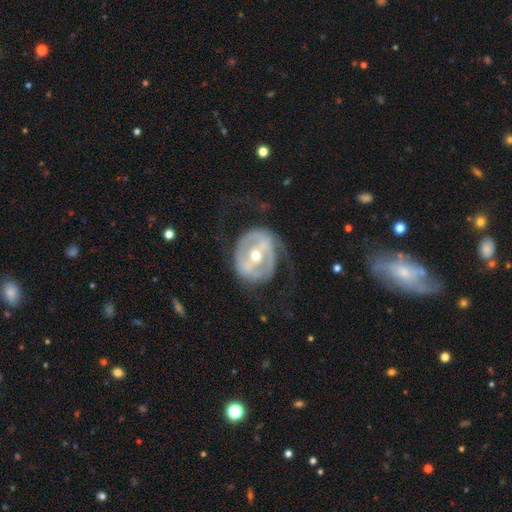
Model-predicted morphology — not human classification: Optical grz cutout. It shows a featured or disk galaxy (79%) with a strong bar (53%), spiral arms (59%) and a moderate central bulge (65%). Merging: none (58%).